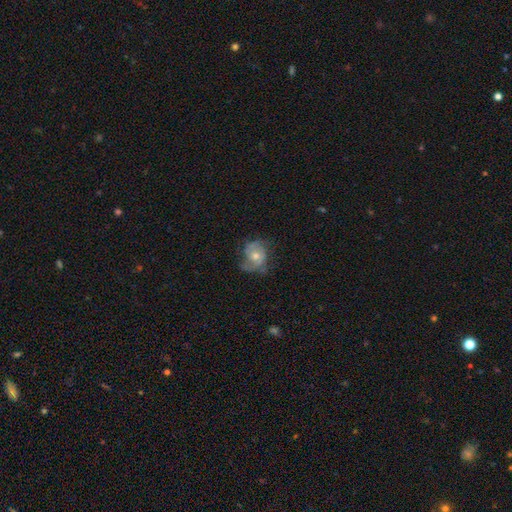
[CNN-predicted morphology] A featured or disk galaxy (54%) with no bar (78%), spiral arms (71%) and a moderate central bulge (61%).

Vote fractions:
- Smooth or featured? featured or disk: 54% / smooth: 38% / star or artifact: 9%
- Edge-on disk? no: 97% / yes: 3%
- Bar? no: 78% / weak: 19% / strong: 3%
- Spiral arms? yes: 71% / no: 29%
- Bulge size? moderate: 61% / small: 28% / large: 6% / none: 3% / dominant: 1%
- Merging? none: 49% / minor disturbance: 28% / major disturbance: 21% / merger: 2%